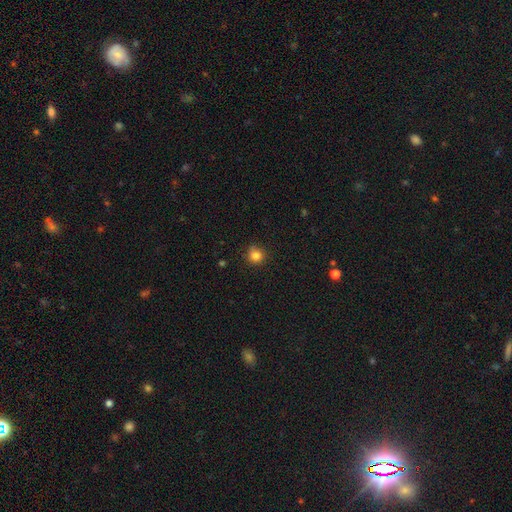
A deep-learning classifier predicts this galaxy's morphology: Smooth or featured?
  - smooth: 83% *
  - star or artifact: 12%
  - featured or disk: 4%
How rounded?
  - round: 91% *
  - in between: 8%
  - cigar-shaped: 1%
Merging?
  - none: 83% *
  - minor disturbance: 13%
  - major disturbance: 3%
  - merger: 1%